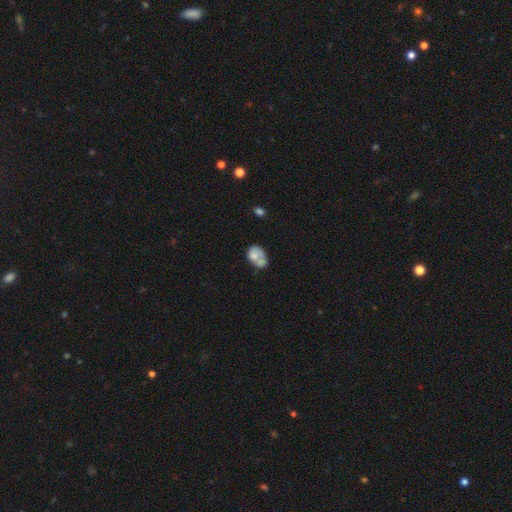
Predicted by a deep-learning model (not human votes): A smooth galaxy with no disk features (61%) that is in between round and cigar-shaped (65%). Merging: merger (52%).